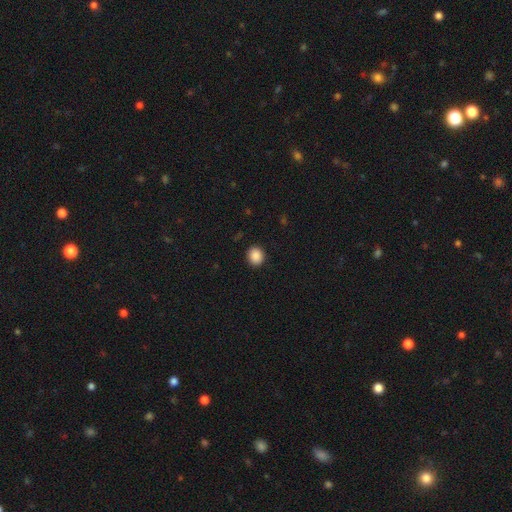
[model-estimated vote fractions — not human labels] This is clearly a smooth galaxy (88%). How rounded: likely round (77%). Merging: clearly none (91%).